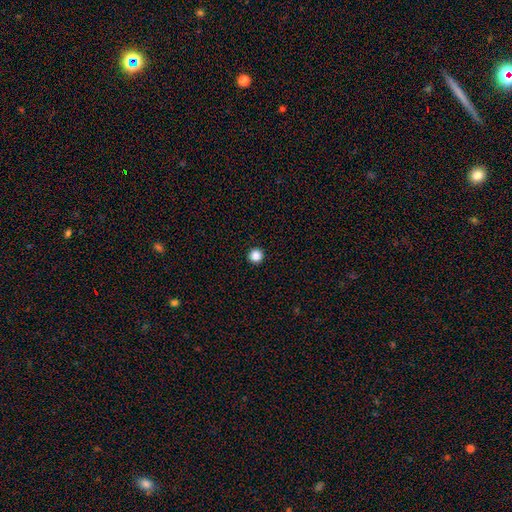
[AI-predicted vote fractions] A smooth galaxy with no disk features (87%) that is round (97%). Merging: none (94%).